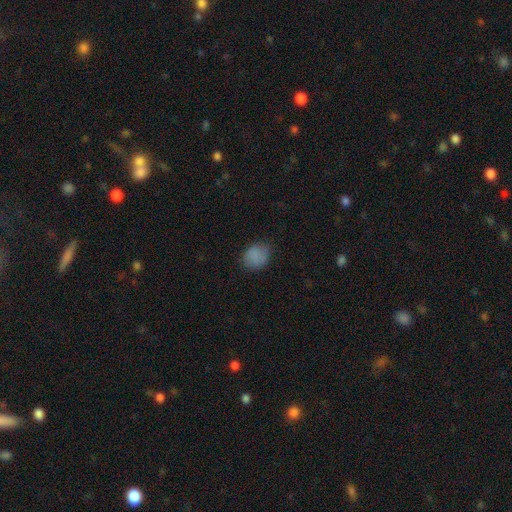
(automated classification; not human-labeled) Smooth or featured? Predicted: smooth (p=0.84). How rounded? Predicted: round (p=0.53). Merging? Predicted: none (p=0.75).